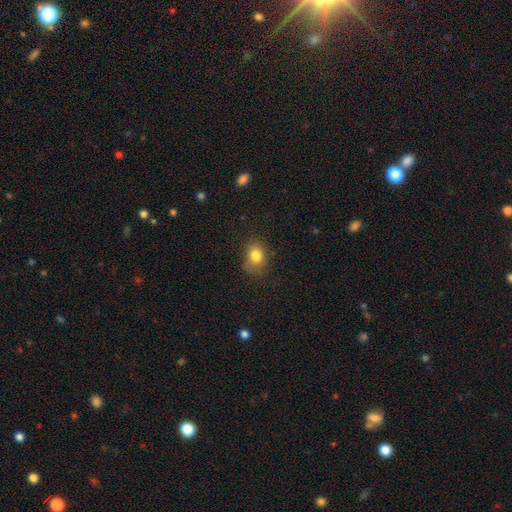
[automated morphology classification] Smooth or featured? smooth (81%)
How rounded? in between (58%)
Merging? none (67%)